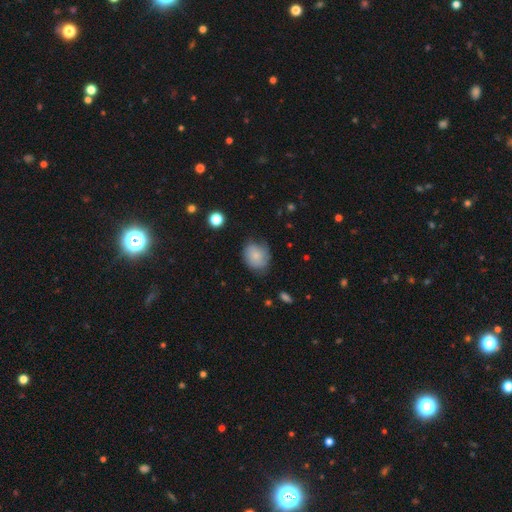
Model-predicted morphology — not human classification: This is likely a smooth galaxy (72%). How rounded: possibly round (59%). Merging: likely none (61%).